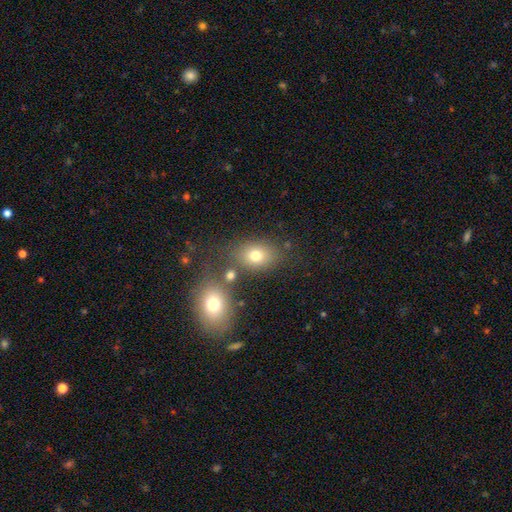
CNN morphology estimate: Q: Smooth or featured?
A: smooth (73%); runner-up: star or artifact (14%)
Q: How rounded?
A: in between (67%); runner-up: round (31%)
Q: Merging?
A: none (66%); runner-up: merger (16%)